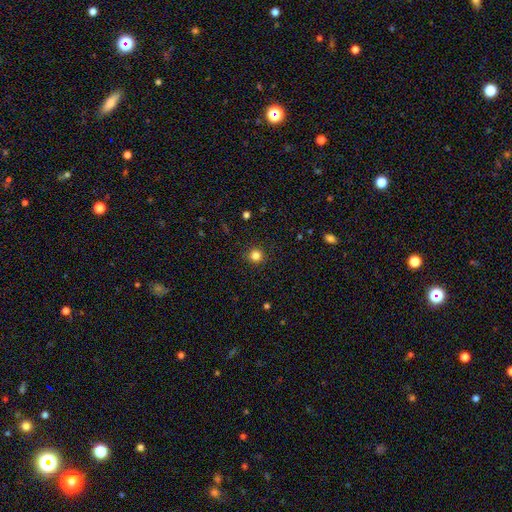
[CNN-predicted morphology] Overall: smooth (82%). How rounded: round (94%). Merging: none (91%).